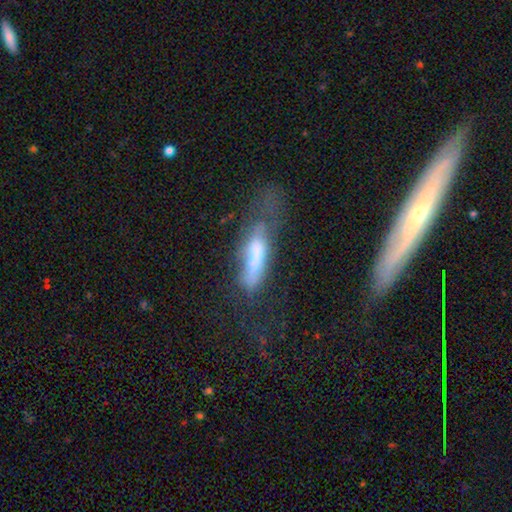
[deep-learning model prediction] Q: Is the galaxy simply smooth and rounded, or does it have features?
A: smooth — 54%.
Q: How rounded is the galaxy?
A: cigar-shaped — 64%.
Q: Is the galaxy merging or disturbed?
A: major disturbance — 41%.